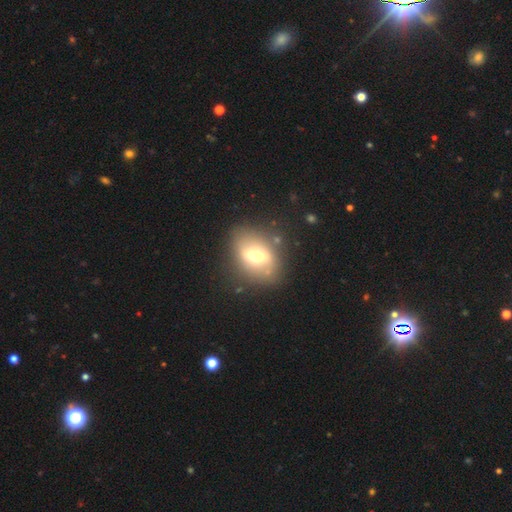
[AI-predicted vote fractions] This is possibly a smooth galaxy (52%). How rounded: likely in between (62%). Merging: likely none (76%).